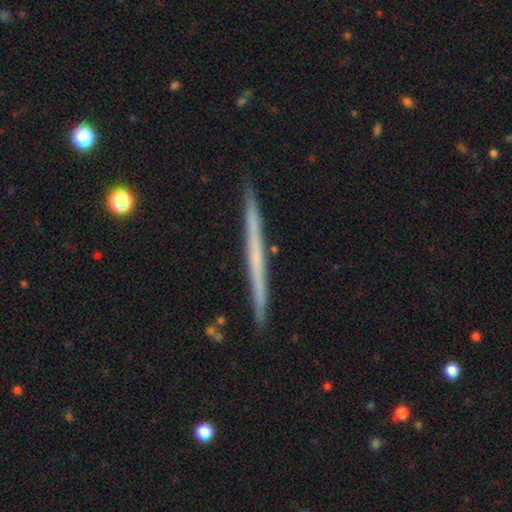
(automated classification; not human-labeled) featured or disk 54%, smooth 41%, star or artifact 6%. Down the decision tree: edge-on disk — yes (98%); edge-on bulge — none (92%); merging — none (92%).